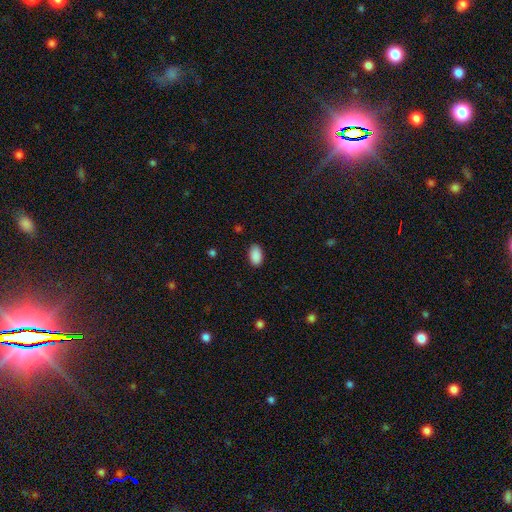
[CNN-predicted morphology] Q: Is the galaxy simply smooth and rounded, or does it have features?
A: smooth — 90%.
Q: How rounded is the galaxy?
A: in between — 93%.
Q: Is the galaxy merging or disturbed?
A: none — 87%.